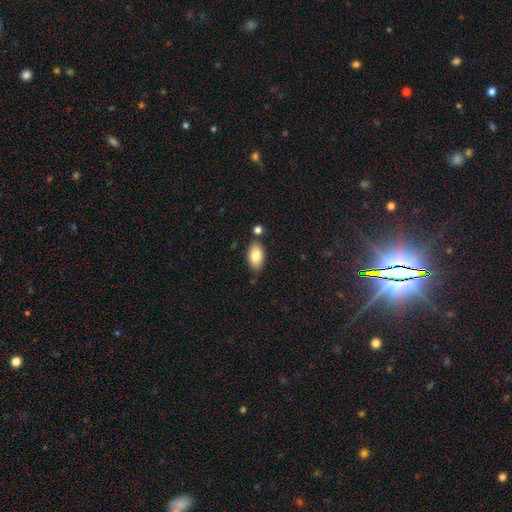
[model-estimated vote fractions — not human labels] A smooth galaxy with no disk features (83%) that is in between round and cigar-shaped (93%).

Vote fractions:
- Smooth or featured? smooth: 83% / featured or disk: 10% / star or artifact: 7%
- How rounded? in between: 93% / round: 5% / cigar-shaped: 2%
- Merging? none: 76% / minor disturbance: 14% / merger: 7% / major disturbance: 3%